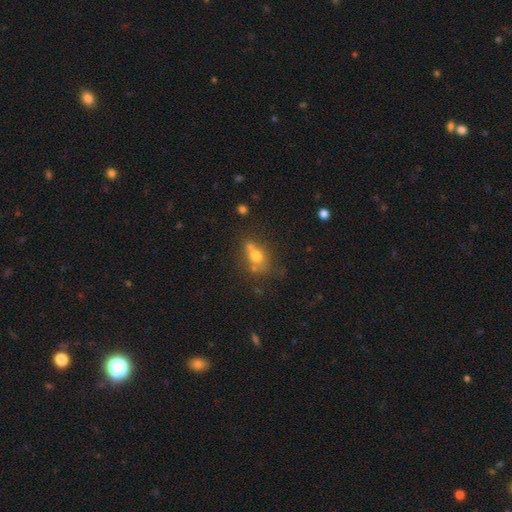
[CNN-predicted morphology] smooth 65%, featured or disk 21%, star or artifact 15%. Down the decision tree: how rounded — round (51%); merging — none (41%).